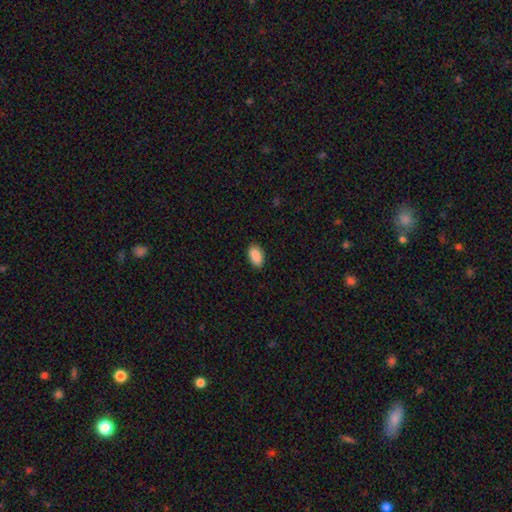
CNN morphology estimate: smooth 90%, star or artifact 7%, featured or disk 3%. Down the decision tree: how rounded — in between (94%); merging — none (89%).